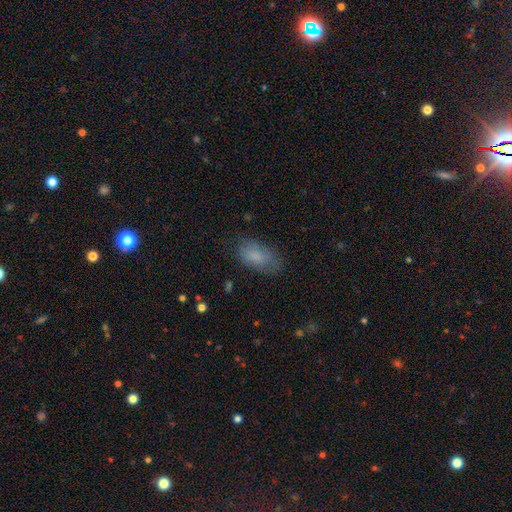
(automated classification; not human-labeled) This is clearly a smooth galaxy (81%). How rounded: clearly in between (93%). Merging: likely none (70%).